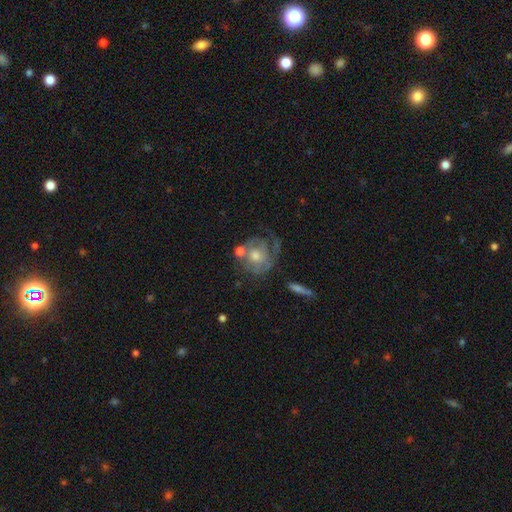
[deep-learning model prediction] Smooth or featured? Predicted: featured or disk (p=0.66). Edge-on disk? Predicted: no (p=0.96). Bar? Predicted: no (p=0.77). Spiral arms? Predicted: yes (p=0.73). Bulge size? Predicted: moderate (p=0.59). Merging? Predicted: none (p=0.44).